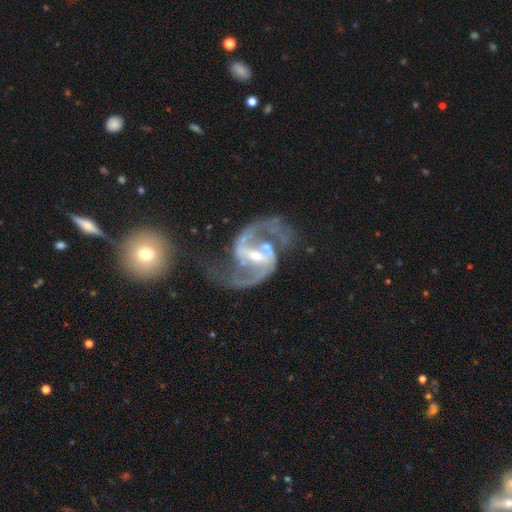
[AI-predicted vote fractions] The model was most divided on "bulge size": small: 59%, moderate: 36%, none: 2%, large: 2%, dominant: 1%. More confident: spiral arms — yes (98%); edge-on disk — no (98%); spiral arm count — 2 (94%); smooth or featured — featured or disk (93%); bar — strong (65%); merging — none (60%); spiral winding — medium (57%).